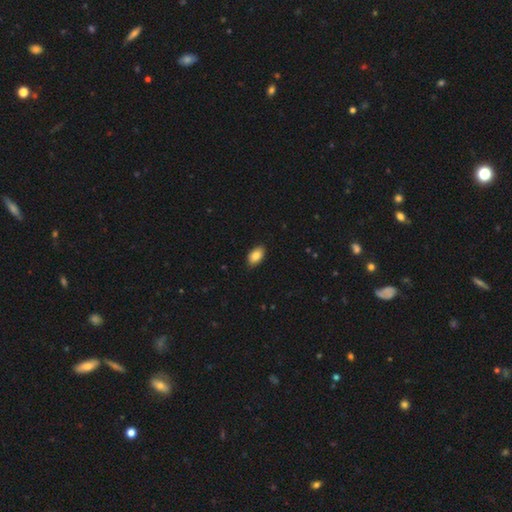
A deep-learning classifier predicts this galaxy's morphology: A smooth galaxy with no disk features (86%) that is in between round and cigar-shaped (93%). Merging: none (88%).